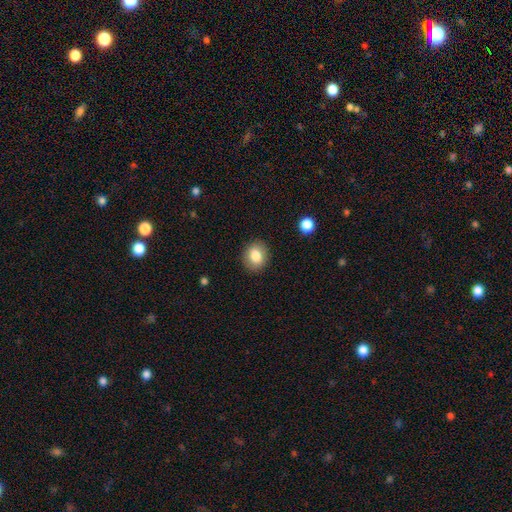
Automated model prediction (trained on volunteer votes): smooth 83%, star or artifact 9%, featured or disk 8%. Down the decision tree: how rounded — round (61%); merging — none (88%).